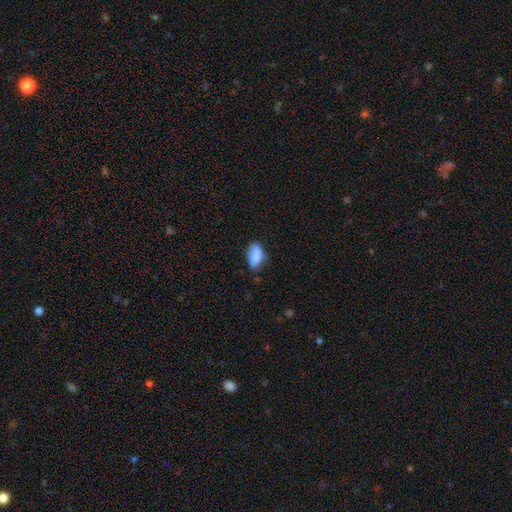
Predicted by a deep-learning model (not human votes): A smooth galaxy with no disk features (85%) that is in between round and cigar-shaped (92%). Merging: none (64%).